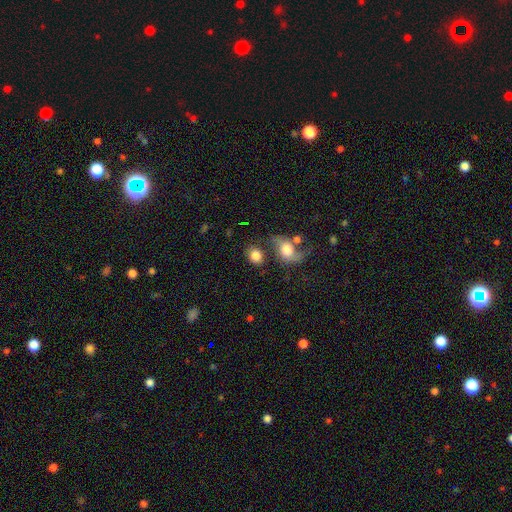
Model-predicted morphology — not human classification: The model was most divided on "how rounded": round: 55%, in between: 43%, cigar-shaped: 2%. More confident: smooth or featured — smooth (77%); merging — none (59%).